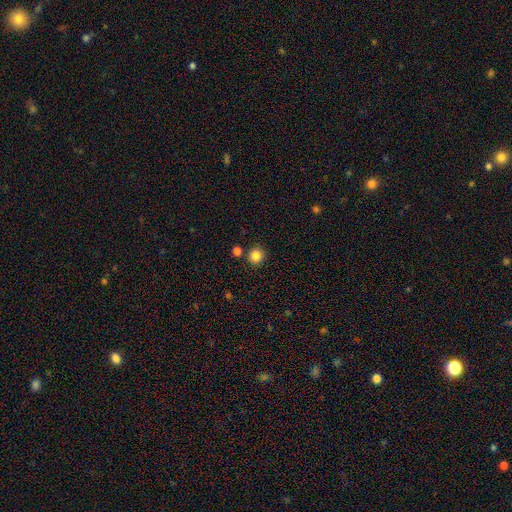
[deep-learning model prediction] A smooth galaxy with no disk features (85%) that is round (90%).

Vote fractions:
- Smooth or featured? smooth: 85% / star or artifact: 11% / featured or disk: 4%
- How rounded? round: 90% / in between: 9% / cigar-shaped: 1%
- Merging? none: 85% / minor disturbance: 7% / merger: 6% / major disturbance: 2%